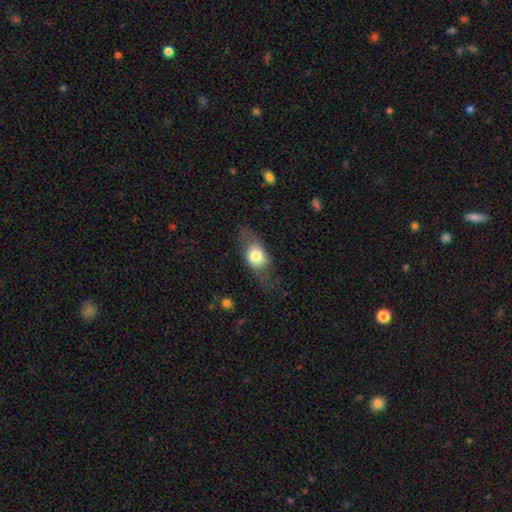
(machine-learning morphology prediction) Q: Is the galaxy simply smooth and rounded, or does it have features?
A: smooth — 61%.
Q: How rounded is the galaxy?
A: in between — 63%.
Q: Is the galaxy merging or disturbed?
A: none — 61%.